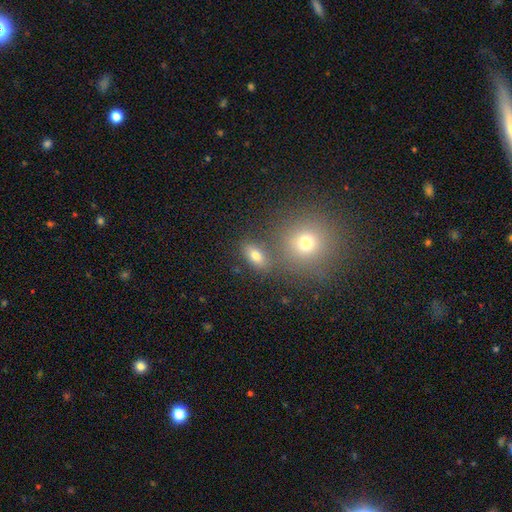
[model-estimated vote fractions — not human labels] Smooth or featured? smooth (73%)
How rounded? in between (75%)
Merging? none (68%)